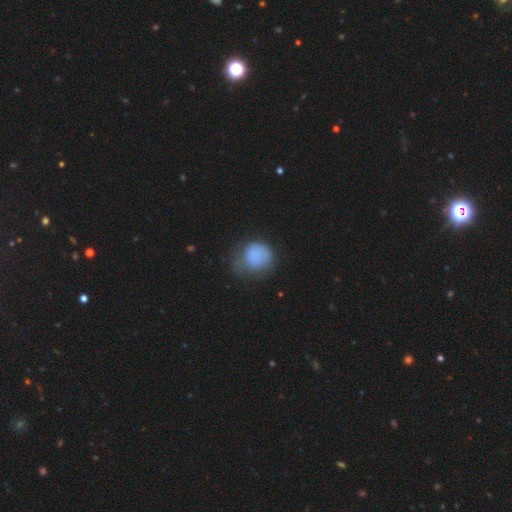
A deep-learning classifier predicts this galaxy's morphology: A smooth galaxy with no disk features (74%) that is round (78%). Merging: none (42%).